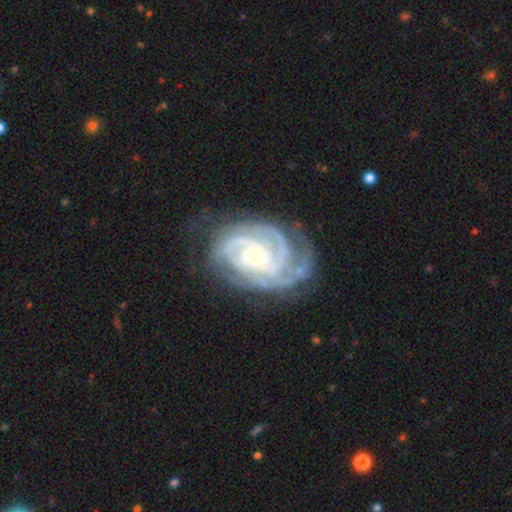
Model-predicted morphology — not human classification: Q: Smooth or featured?
A: featured or disk (91%); runner-up: star or artifact (5%)
Q: Edge-on disk?
A: no (97%); runner-up: yes (3%)
Q: Bar?
A: no (70%); runner-up: weak (22%)
Q: Spiral arms?
A: yes (98%); runner-up: no (2%)
Q: Spiral winding?
A: tight (73%); runner-up: medium (24%)
Q: Spiral arm count?
A: 3 (31%); runner-up: 4 (23%)
Q: Bulge size?
A: small (73%); runner-up: moderate (22%)
Q: Merging?
A: none (69%); runner-up: minor disturbance (20%)